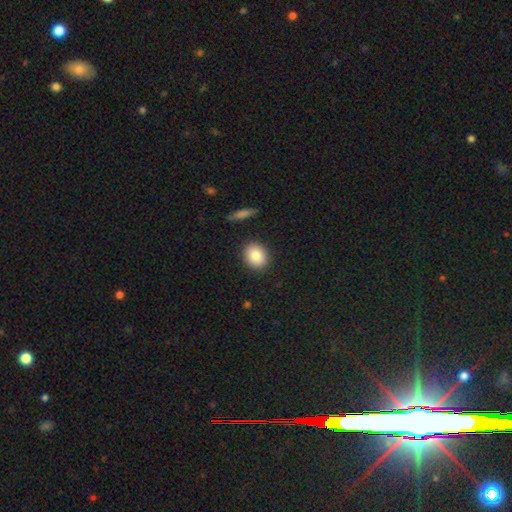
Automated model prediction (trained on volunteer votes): A smooth galaxy with no disk features (86%) that is round (62%). Merging: none (89%).